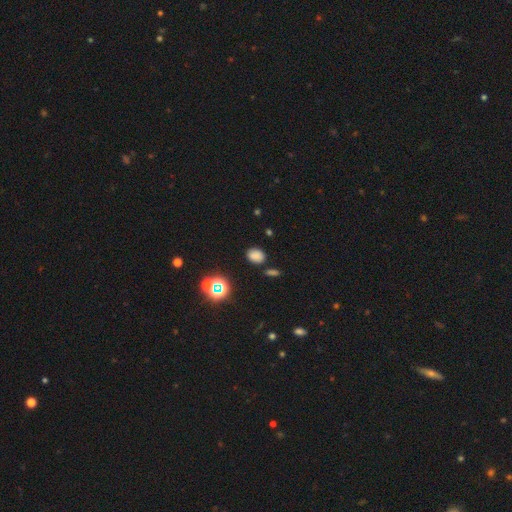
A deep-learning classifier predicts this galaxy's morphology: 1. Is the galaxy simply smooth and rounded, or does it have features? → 75% smooth, 19% star or artifact, 6% featured or disk.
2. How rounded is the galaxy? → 57% in between, 42% round, 1% cigar-shaped.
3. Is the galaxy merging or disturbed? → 81% none, 11% minor disturbance, 4% merger, 3% major disturbance.